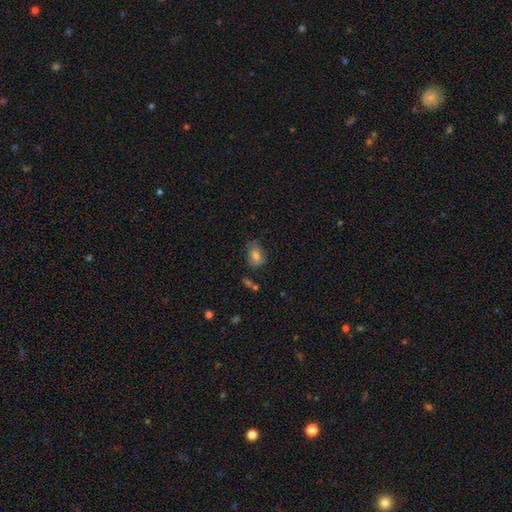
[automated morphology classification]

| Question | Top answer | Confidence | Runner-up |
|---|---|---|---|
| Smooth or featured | smooth | 78% | featured or disk (13%) |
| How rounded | in between | 76% | round (23%) |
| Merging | none | 61% | minor disturbance (27%) |